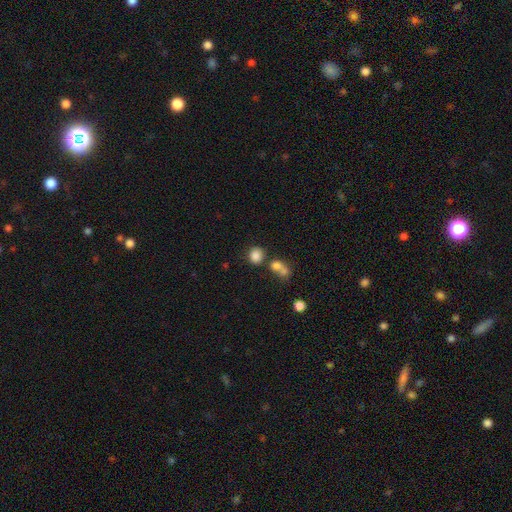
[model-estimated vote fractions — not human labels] Overall: smooth (83%). How rounded: round (78%). Merging: none (61%; merger 24%).